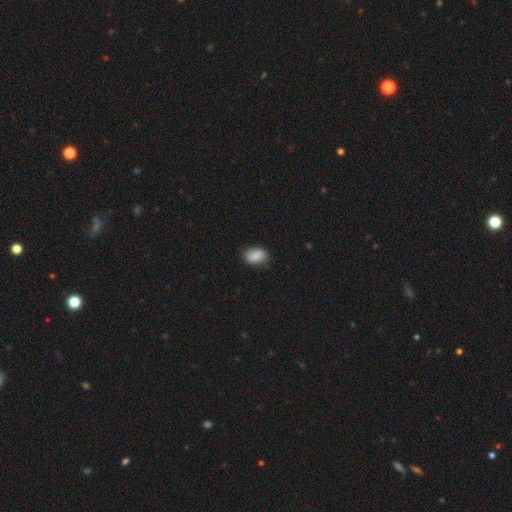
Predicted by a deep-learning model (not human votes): Smooth or featured: smooth — 88% (star or artifact — 8%)
How rounded: in between — 83% (round — 16%)
Merging: none — 82% (minor disturbance — 14%)